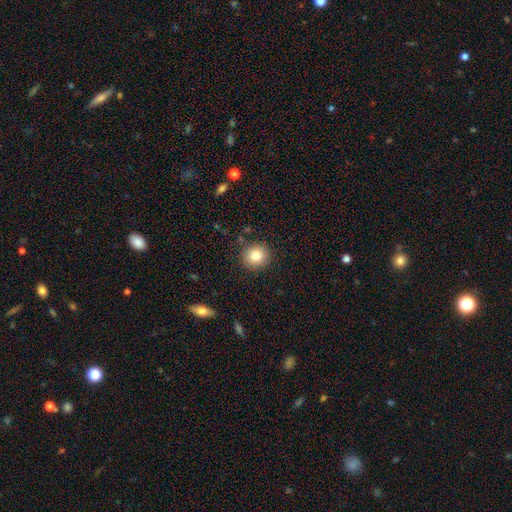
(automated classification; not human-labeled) Morphology: type=smooth (83%); roundness=round (86%); merging=none (87%).